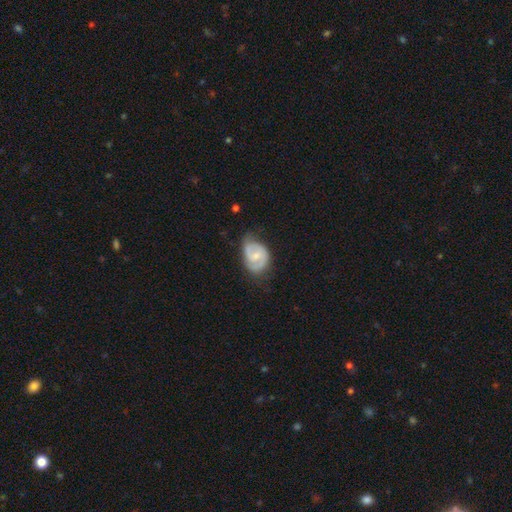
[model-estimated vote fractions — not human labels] Smooth or featured?
  - featured or disk: 69% *
  - smooth: 26%
  - star or artifact: 5%
Edge-on disk?
  - no: 98% *
  - yes: 2%
Bar?
  - weak: 47% *
  - no: 43%
  - strong: 10%
Spiral arms?
  - yes: 88% *
  - no: 12%
Spiral winding?
  - medium: 44% *
  - tight: 40%
  - loose: 16%
Spiral arm count?
  - 2: 74% *
  - can't tell: 13%
  - 1: 7%
  - 3: 3%
  - 4: 1%
  - more than 4: 1%
Bulge size?
  - small: 49% *
  - moderate: 43%
  - none: 5%
  - large: 2%
  - dominant: 1%
Merging?
  - none: 55% *
  - minor disturbance: 32%
  - major disturbance: 12%
  - merger: 2%